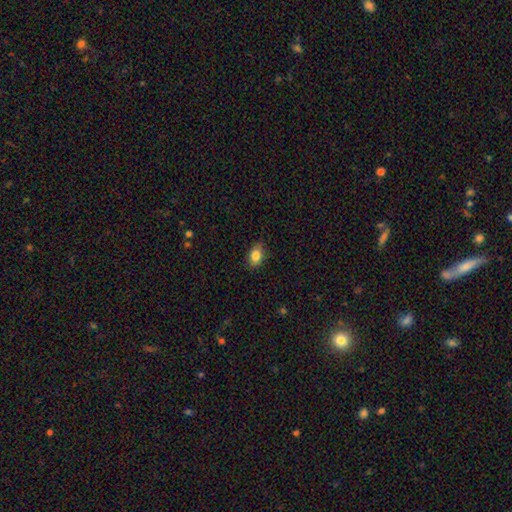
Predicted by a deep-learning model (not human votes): The model was most divided on "how rounded": in between: 83%, round: 15%, cigar-shaped: 2%. More confident: smooth or featured — smooth (85%); merging — none (84%).